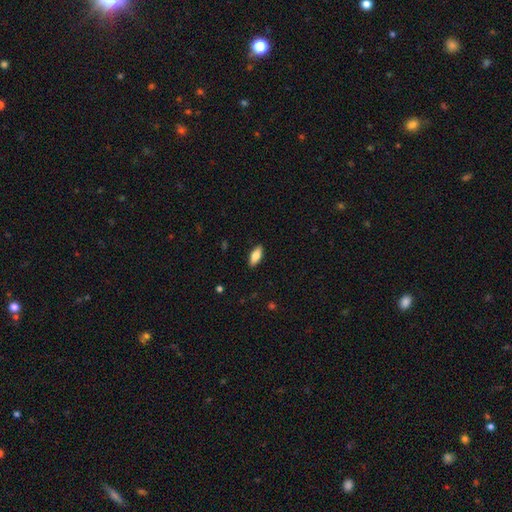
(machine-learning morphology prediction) A smooth galaxy with no disk features (82%) that is in between round and cigar-shaped (82%).

Vote fractions:
- Smooth or featured? smooth: 82% / featured or disk: 11% / star or artifact: 6%
- How rounded? in between: 82% / cigar-shaped: 16% / round: 2%
- Merging? none: 89% / minor disturbance: 8% / major disturbance: 2% / merger: 1%